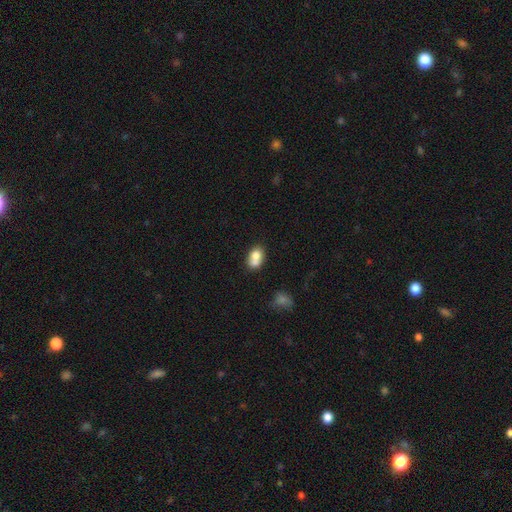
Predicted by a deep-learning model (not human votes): The model was most divided on "merging": merger: 43%, none: 36%, minor disturbance: 15%, major disturbance: 5%. More confident: smooth or featured — smooth (75%); how rounded — in between (73%).